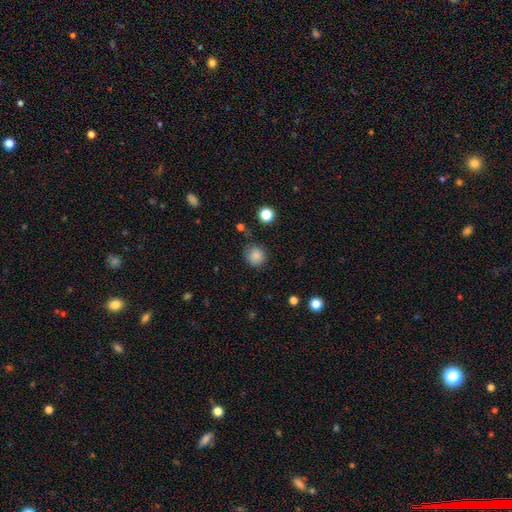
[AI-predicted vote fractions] Overall: smooth (85%). How rounded: round (89%). Merging: none (75%).